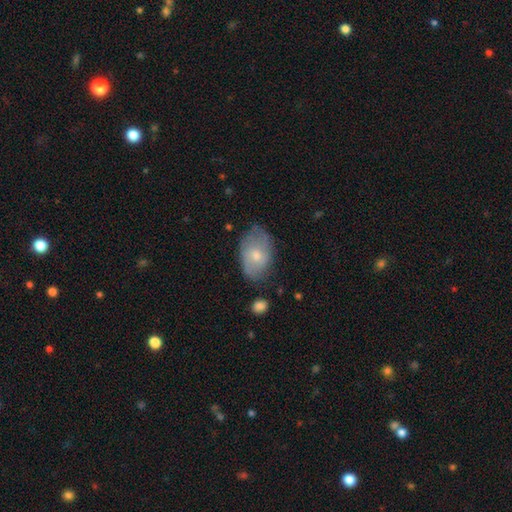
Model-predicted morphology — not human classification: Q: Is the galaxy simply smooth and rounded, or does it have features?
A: smooth — 56%.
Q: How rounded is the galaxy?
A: in between — 87%.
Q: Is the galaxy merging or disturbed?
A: none — 65%.